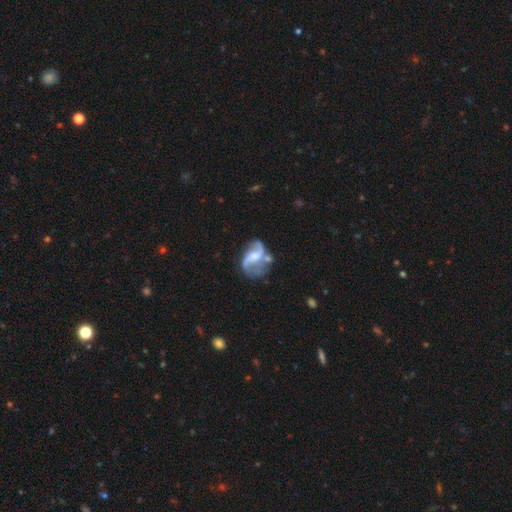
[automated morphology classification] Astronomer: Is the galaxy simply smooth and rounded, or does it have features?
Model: featured or disk — 84%.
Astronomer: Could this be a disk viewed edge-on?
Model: no — 98%.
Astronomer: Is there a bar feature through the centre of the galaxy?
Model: weak — 44% (runner-up: no, 37%).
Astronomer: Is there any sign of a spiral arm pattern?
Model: yes — 93%.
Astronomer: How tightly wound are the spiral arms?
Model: loose — 63%.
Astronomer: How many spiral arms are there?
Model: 2 — 88%.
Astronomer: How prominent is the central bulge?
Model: moderate — 43% (runner-up: small, 35%).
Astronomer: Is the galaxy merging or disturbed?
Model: none — 54%.